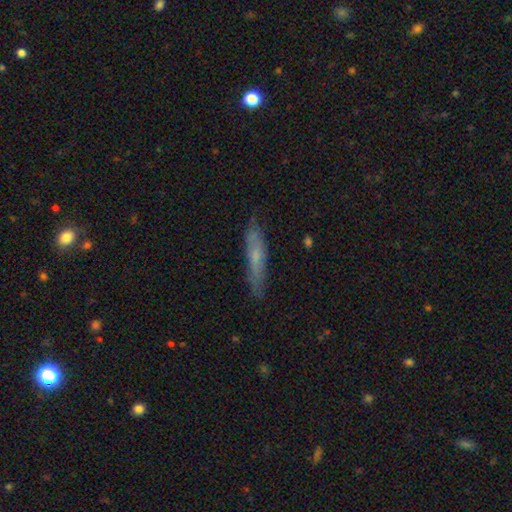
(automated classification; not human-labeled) smooth 54%, featured or disk 39%, star or artifact 7%. Down the decision tree: how rounded — cigar-shaped (89%); merging — none (79%).